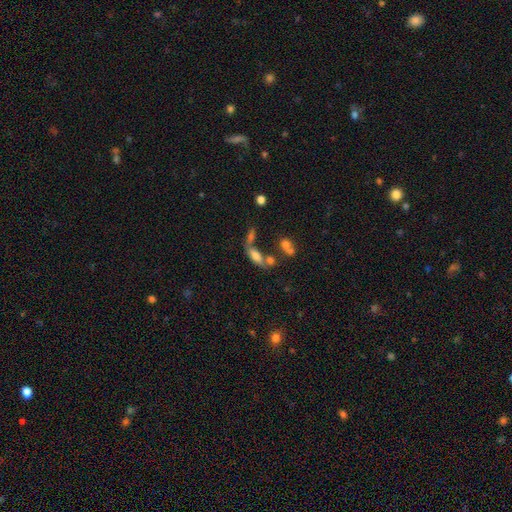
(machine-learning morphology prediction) A smooth galaxy with no disk features (64%) that is in between round and cigar-shaped (73%).

Vote fractions:
- Smooth or featured? smooth: 64% / featured or disk: 22% / star or artifact: 14%
- How rounded? in between: 73% / cigar-shaped: 22% / round: 5%
- Merging? merger: 39% / none: 33% / minor disturbance: 14% / major disturbance: 13%